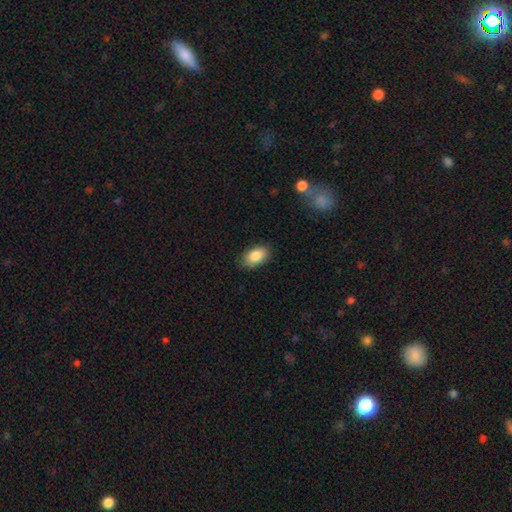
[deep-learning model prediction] Smooth or featured: smooth — 85% (featured or disk — 8%)
How rounded: in between — 91% (round — 7%)
Merging: none — 84% (minor disturbance — 12%)